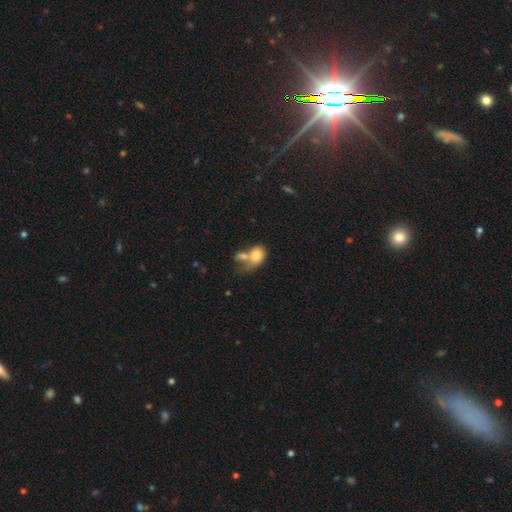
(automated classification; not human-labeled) Smooth or featured? Predicted: smooth (p=0.76). How rounded? Predicted: in between (p=0.65). Merging? Predicted: merger (p=0.58).